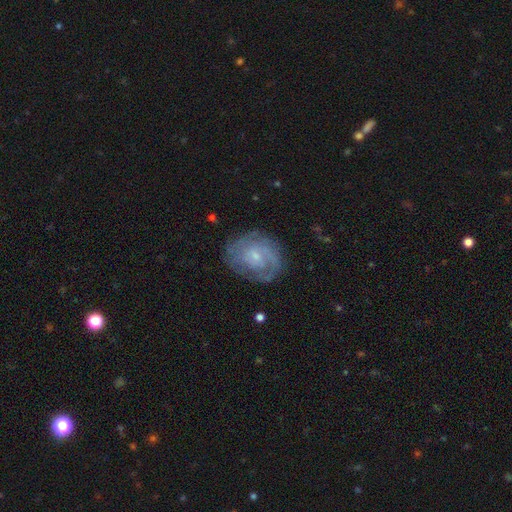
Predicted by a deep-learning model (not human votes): Q: Smooth or featured?
A: featured or disk (73%); runner-up: smooth (20%)
Q: Edge-on disk?
A: no (97%); runner-up: yes (3%)
Q: Bar?
A: no (64%); runner-up: weak (32%)
Q: Spiral arms?
A: yes (88%); runner-up: no (12%)
Q: Spiral winding?
A: tight (58%); runner-up: medium (32%)
Q: Spiral arm count?
A: can't tell (39%); runner-up: 2 (32%)
Q: Bulge size?
A: small (68%); runner-up: moderate (23%)
Q: Merging?
A: none (73%); runner-up: minor disturbance (17%)